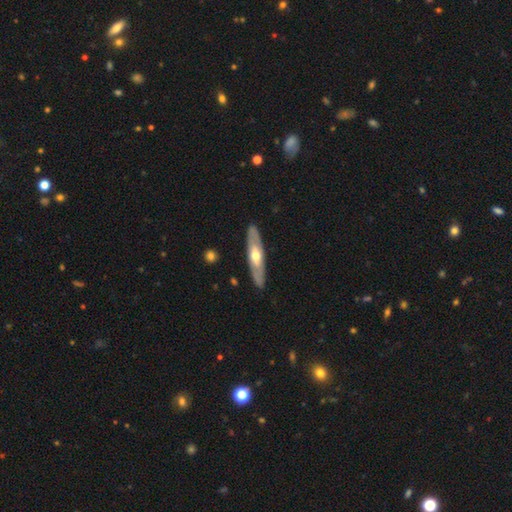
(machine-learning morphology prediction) type=featured or disk (59%); edge-on=yes (57%); merging=none (88%).